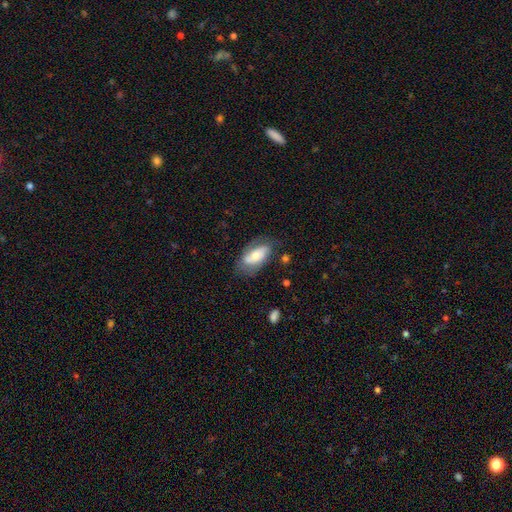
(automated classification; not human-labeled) Overall: featured or disk (47%; smooth 46%). Merging: none (63%; minor disturbance 24%).